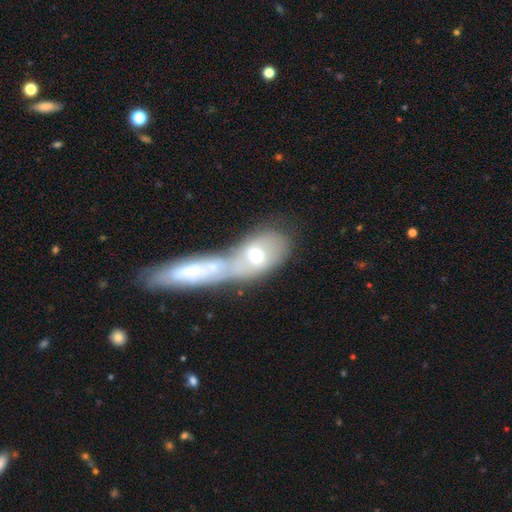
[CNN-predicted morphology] type=smooth (61%); roundness=in between (73%); merging=merger (68%).